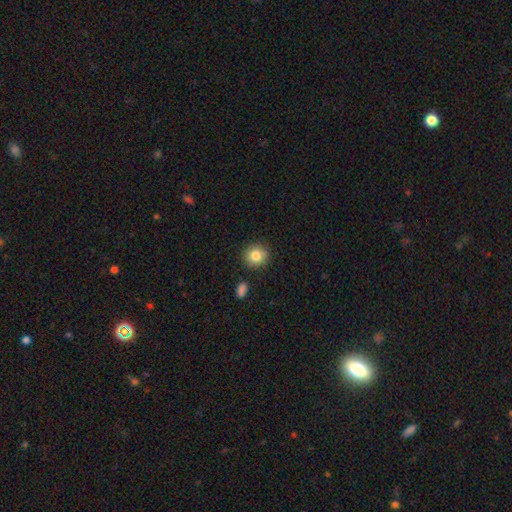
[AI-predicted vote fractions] Smooth or featured?
  - smooth: 84% *
  - star or artifact: 9%
  - featured or disk: 7%
How rounded?
  - round: 87% *
  - in between: 12%
  - cigar-shaped: 1%
Merging?
  - none: 88% *
  - minor disturbance: 7%
  - merger: 2%
  - major disturbance: 2%